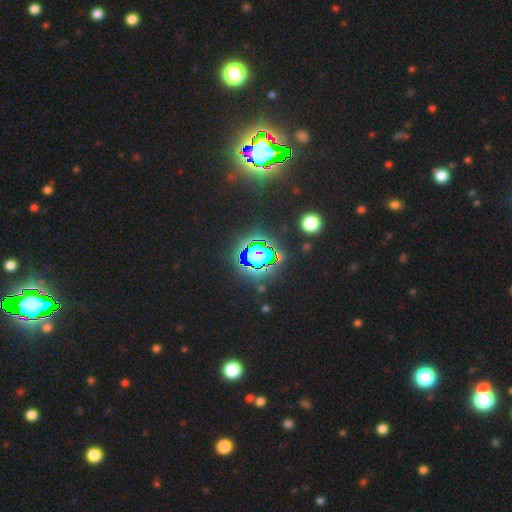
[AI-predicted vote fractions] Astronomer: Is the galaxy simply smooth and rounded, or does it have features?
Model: star or artifact — 73%.